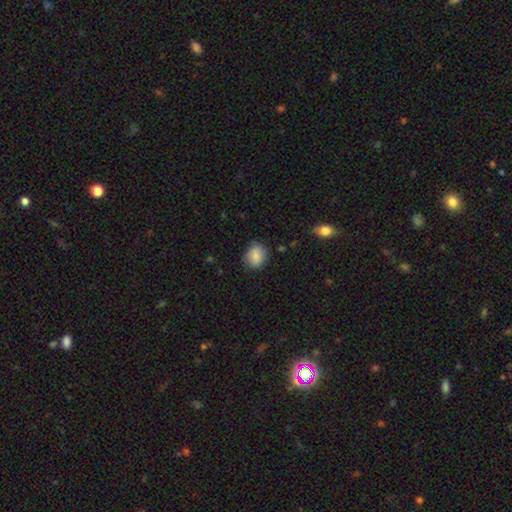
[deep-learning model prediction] smooth-or-featured: smooth: 85% | star or artifact: 8% | featured or disk: 7%
  how-rounded: round: 54% | in between: 44% | cigar-shaped: 1%
  merging: none: 77% | minor disturbance: 18% | major disturbance: 4% | merger: 1%